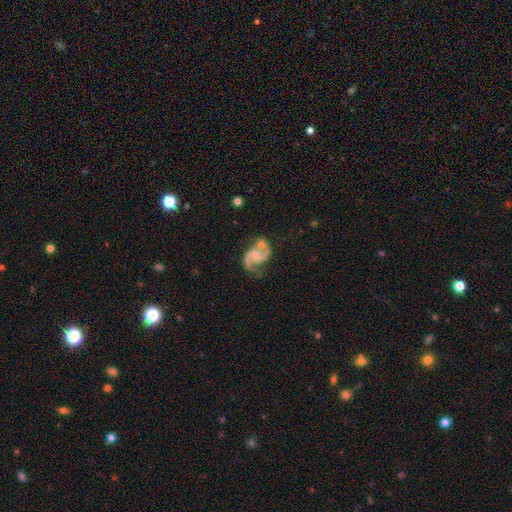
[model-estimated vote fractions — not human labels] Overall: featured or disk (87%). Edge-on disk: no (98%). Bar: no (52%; weak 38%). Spiral arms: yes (96%). Spiral arm count: 2 (91%). Spiral winding: medium (51%; loose 37%). Bulge size: none (49%; small 27%). Merging: none (46%; merger 24%).